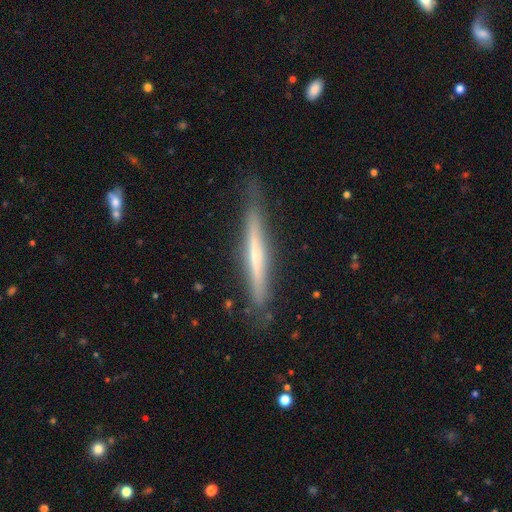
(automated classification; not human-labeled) Smooth or featured: featured or disk — 61% (smooth — 33%)
Edge-on disk: yes — 95% (no — 5%)
Edge-on bulge: none — 60% (rounded — 33%)
Merging: none — 82% (minor disturbance — 14%)